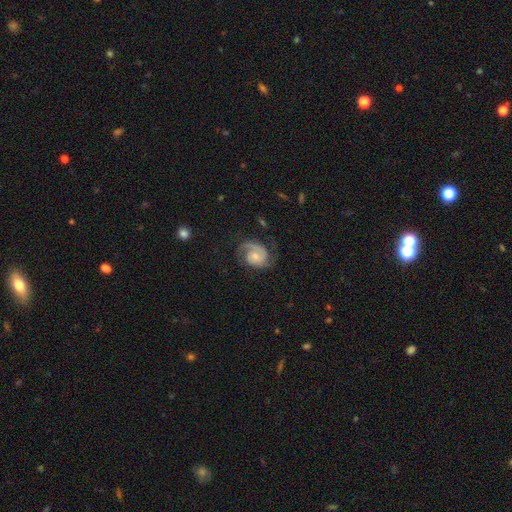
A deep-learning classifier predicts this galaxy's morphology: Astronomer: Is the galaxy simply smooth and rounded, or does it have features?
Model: featured or disk — 82%.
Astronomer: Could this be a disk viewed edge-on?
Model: no — 98%.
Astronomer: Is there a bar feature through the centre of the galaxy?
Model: no — 68%.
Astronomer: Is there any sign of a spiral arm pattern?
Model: yes — 96%.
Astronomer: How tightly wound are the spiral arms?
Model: medium — 43%, tied with tight at 43%.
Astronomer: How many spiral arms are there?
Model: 2 — 73%.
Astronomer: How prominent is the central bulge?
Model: small — 51% (runner-up: moderate, 37%).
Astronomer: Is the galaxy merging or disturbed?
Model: none — 68%.